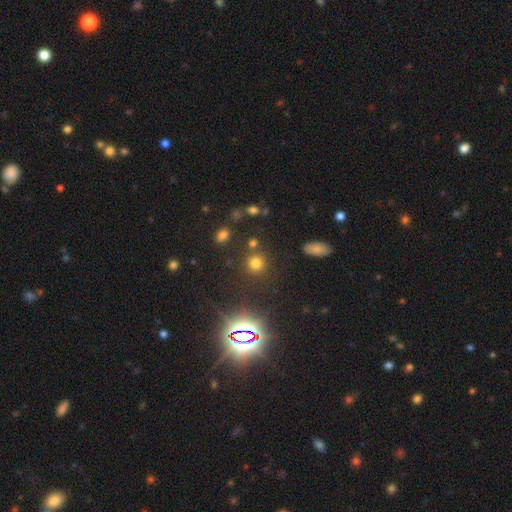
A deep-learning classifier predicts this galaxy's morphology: star or artifact 54%, smooth 38%, featured or disk 8%.